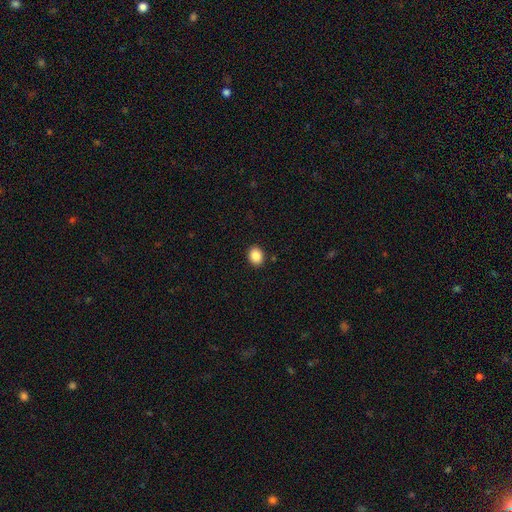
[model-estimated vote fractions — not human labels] A smooth galaxy with no disk features (87%) that is round (55%).

Vote fractions:
- Smooth or featured? smooth: 87% / star or artifact: 9% / featured or disk: 4%
- How rounded? round: 55% / in between: 44% / cigar-shaped: 1%
- Merging? none: 91% / minor disturbance: 6% / major disturbance: 2% / merger: 1%